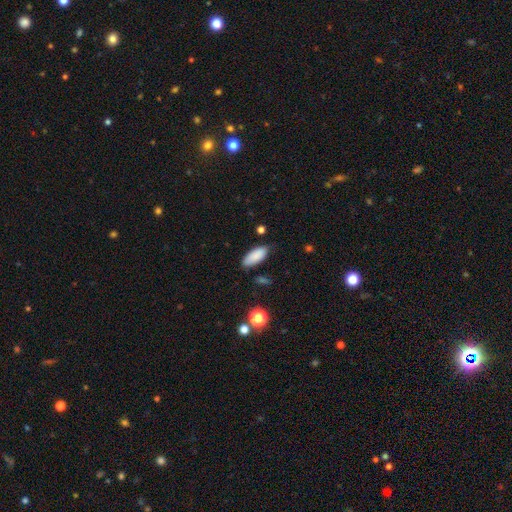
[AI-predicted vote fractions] The model was most divided on "merging": none: 77%, minor disturbance: 17%, major disturbance: 3%, merger: 2%. More confident: smooth or featured — smooth (86%); how rounded — in between (82%).